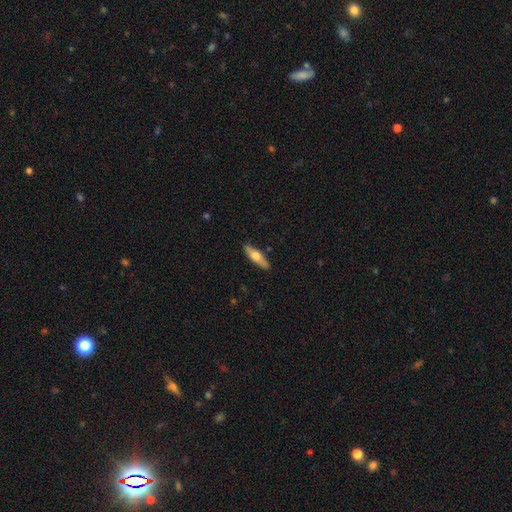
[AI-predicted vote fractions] A smooth galaxy with no disk features (57%) that is cigar-shaped (59%).

Vote fractions:
- Smooth or featured? smooth: 57% / featured or disk: 37% / star or artifact: 5%
- How rounded? cigar-shaped: 59% / in between: 39% / round: 2%
- Merging? none: 88% / minor disturbance: 9% / major disturbance: 2% / merger: 1%